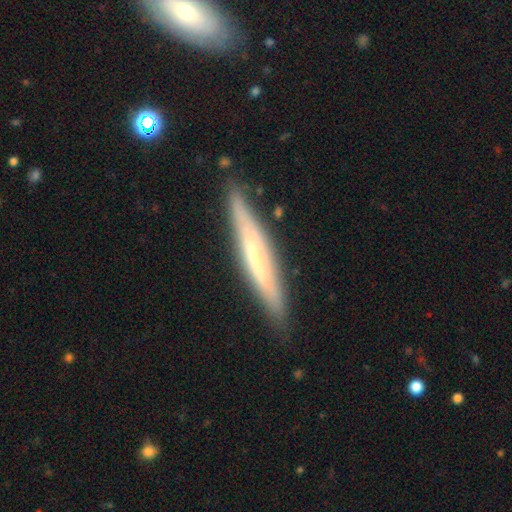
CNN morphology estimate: A featured or disk galaxy (55%) viewed edge-on (88%).

Vote fractions:
- Smooth or featured? featured or disk: 55% / smooth: 39% / star or artifact: 6%
- Edge-on disk? yes: 88% / no: 12%
- Merging? none: 84% / minor disturbance: 12% / major disturbance: 2% / merger: 2%